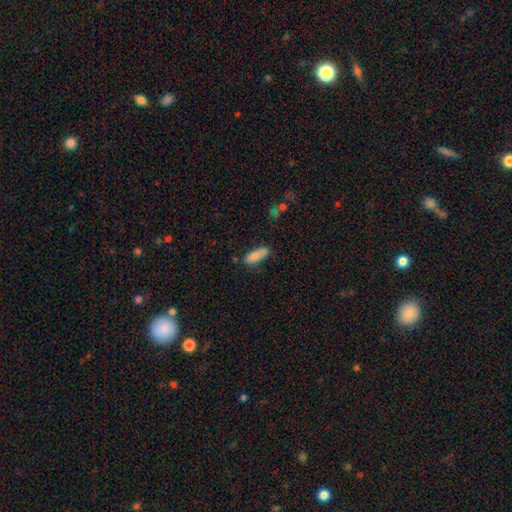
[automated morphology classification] smooth_or_featured: smooth (p=0.80) [alt: featured or disk p=0.13]
how_rounded: in between (p=0.75) [alt: cigar-shaped p=0.23]
merging: none (p=0.66) [alt: minor disturbance p=0.22]